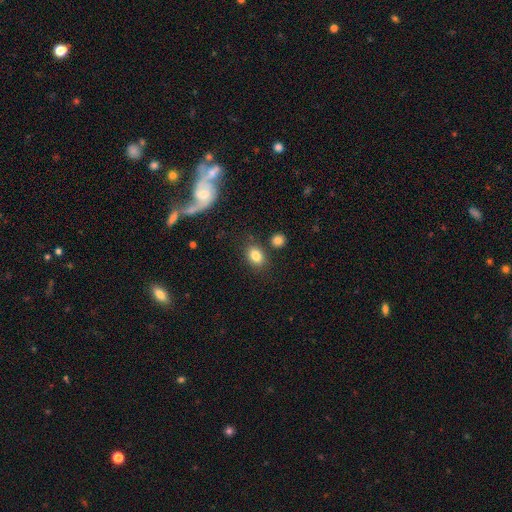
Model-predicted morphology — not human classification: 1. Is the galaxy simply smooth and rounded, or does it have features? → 82% smooth, 9% star or artifact, 9% featured or disk.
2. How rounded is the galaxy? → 72% in between, 27% round, 2% cigar-shaped.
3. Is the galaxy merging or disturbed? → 77% none, 12% minor disturbance, 7% merger, 4% major disturbance.